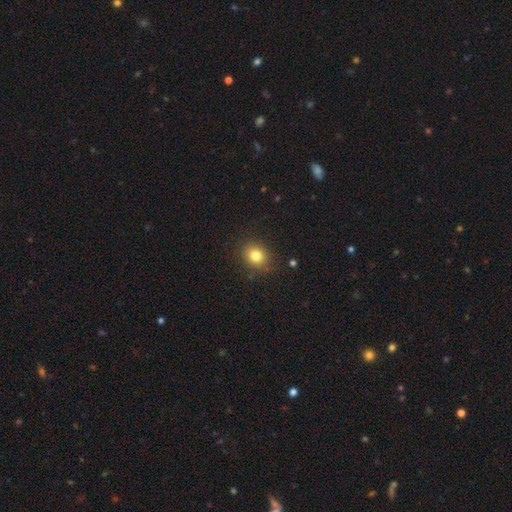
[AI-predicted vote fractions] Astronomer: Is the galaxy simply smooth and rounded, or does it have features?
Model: smooth — 80%.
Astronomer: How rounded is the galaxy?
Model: round — 68%.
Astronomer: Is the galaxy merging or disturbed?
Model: none — 87%.